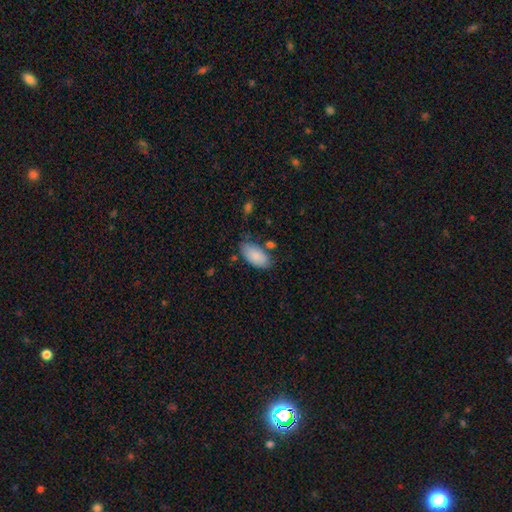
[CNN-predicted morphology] type=smooth (85%); roundness=in between (95%); merging=none (68%).